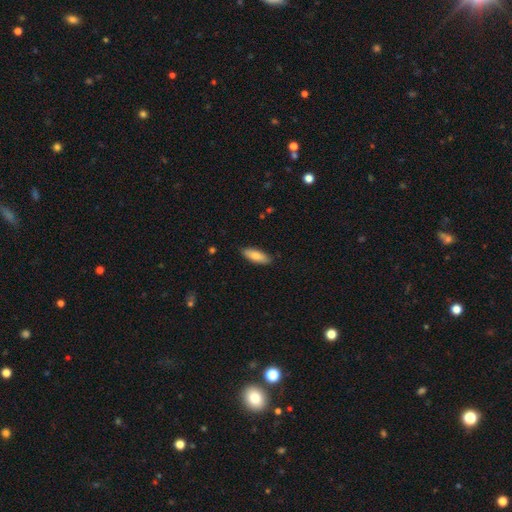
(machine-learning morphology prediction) Smooth or featured: smooth — 82% (featured or disk — 13%)
How rounded: in between — 67% (cigar-shaped — 31%)
Merging: none — 87% (minor disturbance — 11%)